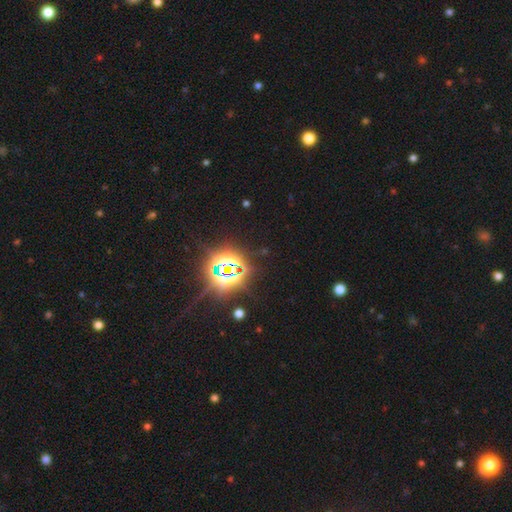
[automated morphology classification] smooth_or_featured: star or artifact (p=0.84) [alt: smooth p=0.10]